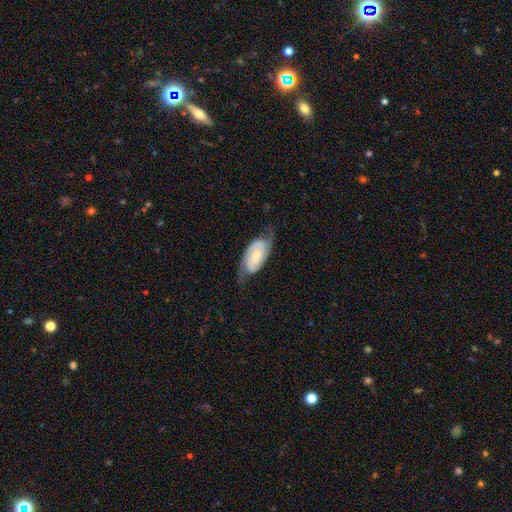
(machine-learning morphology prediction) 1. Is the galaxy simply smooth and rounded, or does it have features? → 74% featured or disk, 20% smooth, 6% star or artifact.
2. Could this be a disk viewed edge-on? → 95% no, 5% yes.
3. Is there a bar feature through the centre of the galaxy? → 54% no, 34% weak, 12% strong.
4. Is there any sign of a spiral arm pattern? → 93% yes, 7% no.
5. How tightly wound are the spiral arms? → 43% medium, 37% tight, 20% loose.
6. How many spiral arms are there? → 86% 2, 8% can't tell, 2% 1, 2% 3, 1% 4, 1% more than 4.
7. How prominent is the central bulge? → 54% small, 30% moderate, 9% none, 5% large, 2% dominant.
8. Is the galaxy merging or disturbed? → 64% none, 23% minor disturbance, 12% major disturbance, 1% merger.